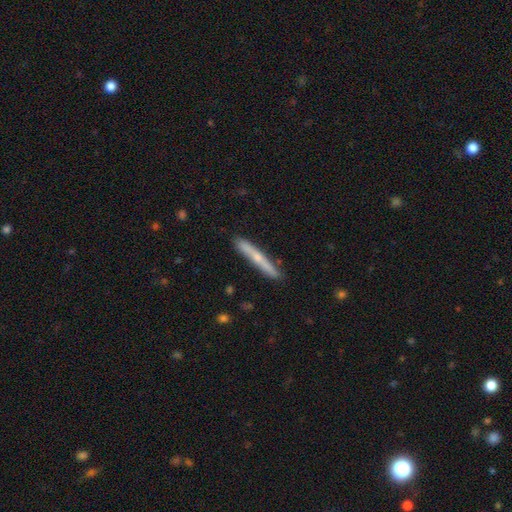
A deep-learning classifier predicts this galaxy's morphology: type=featured or disk (48%); merging=none (86%).